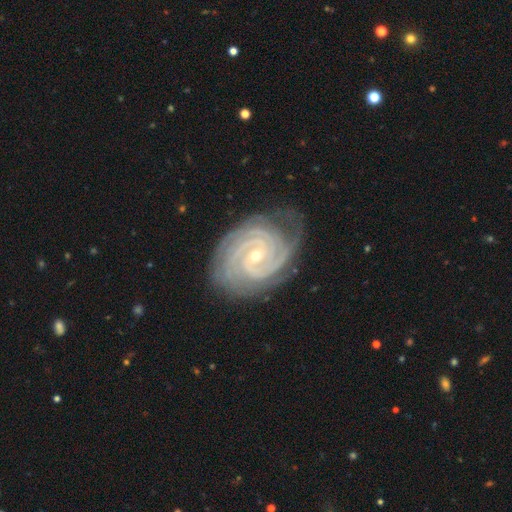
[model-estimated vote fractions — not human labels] This appears to be a featured or disk galaxy (93%) with no bar (54%), 3 (29%) tight (83%) spiral arms (99%) and a small central bulge (65%). Merging: none (77%).